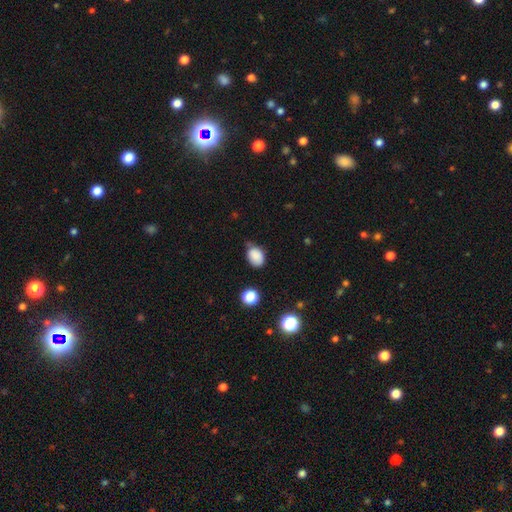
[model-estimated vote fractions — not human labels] smooth-or-featured: smooth: 85% | star or artifact: 10% | featured or disk: 5%
  how-rounded: in between: 73% | round: 26% | cigar-shaped: 1%
  merging: none: 60% | minor disturbance: 31% | major disturbance: 6% | merger: 3%